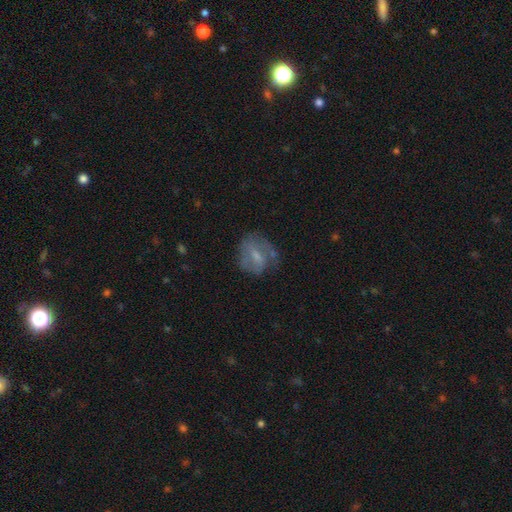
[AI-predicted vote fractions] Smooth or featured? featured or disk (48%)
Merging? none (55%)